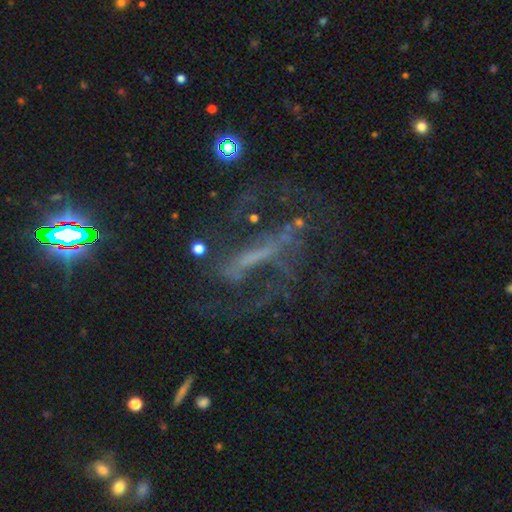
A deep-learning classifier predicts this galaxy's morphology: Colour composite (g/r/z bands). It shows a featured or disk galaxy (65%) with a strong bar (57%), spiral arms (70%) and no central bulge (56%). Merging: none (52%).